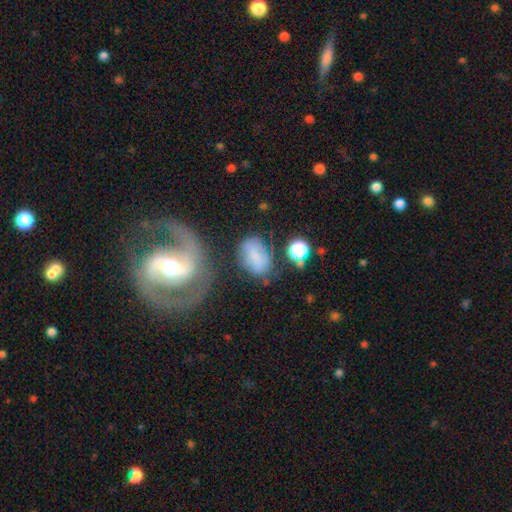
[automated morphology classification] type=smooth (67%); roundness=in between (81%); merging=none (56%).